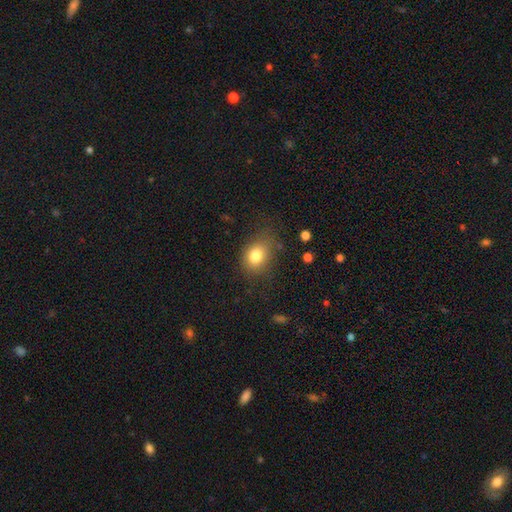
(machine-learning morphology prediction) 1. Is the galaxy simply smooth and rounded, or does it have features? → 79% smooth, 11% star or artifact, 10% featured or disk.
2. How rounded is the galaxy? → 54% in between, 45% round, 1% cigar-shaped.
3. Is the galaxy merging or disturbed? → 70% none, 20% minor disturbance, 8% major disturbance, 2% merger.